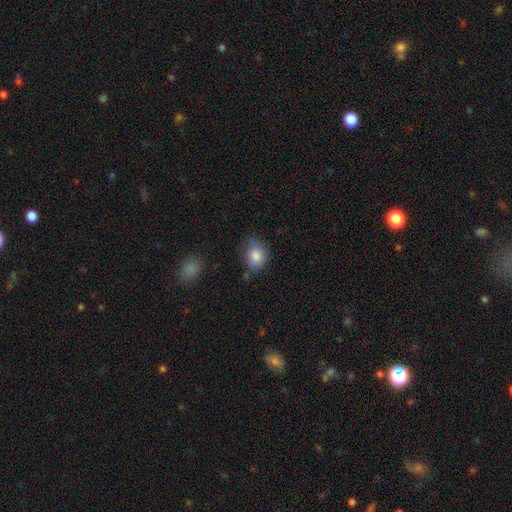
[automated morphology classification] Smooth or featured: smooth — 84% (featured or disk — 8%)
How rounded: round — 50% (in between — 49%)
Merging: none — 58% (minor disturbance — 30%)